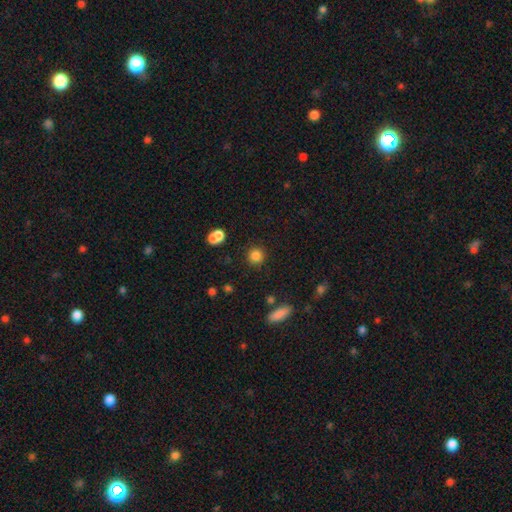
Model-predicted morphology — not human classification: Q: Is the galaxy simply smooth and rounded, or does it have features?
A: smooth — 83%.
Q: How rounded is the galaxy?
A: round — 92%.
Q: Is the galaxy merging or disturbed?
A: none — 86%.